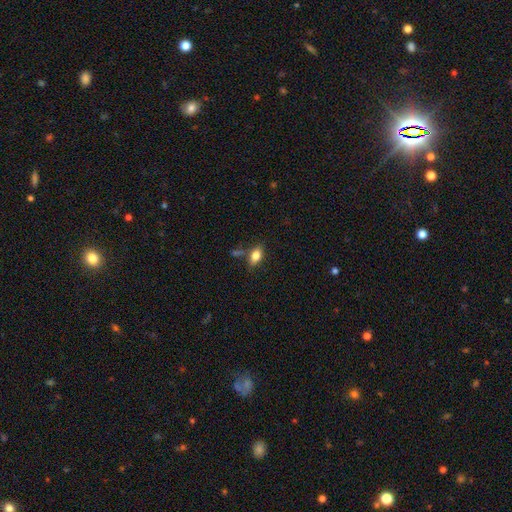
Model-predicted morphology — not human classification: A smooth galaxy with no disk features (80%) that is in between round and cigar-shaped (86%). Merging: none (71%).